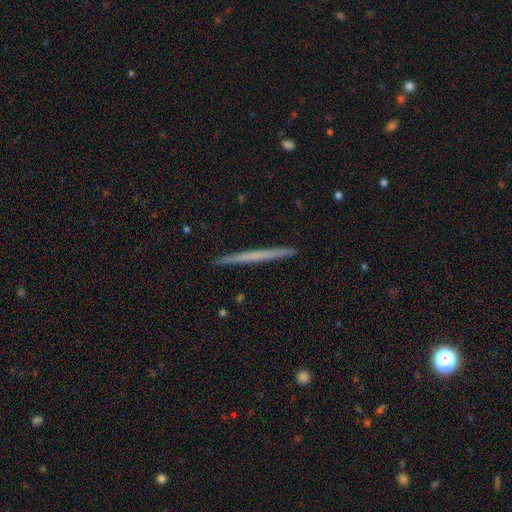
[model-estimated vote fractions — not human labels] Morphology: type=smooth (48%); merging=none (93%).